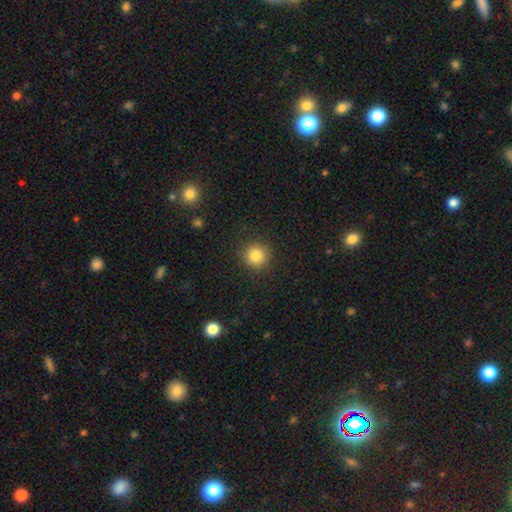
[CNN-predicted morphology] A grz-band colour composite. It shows a smooth galaxy with no disk features (83%) that is round (94%). Merging: none (90%).